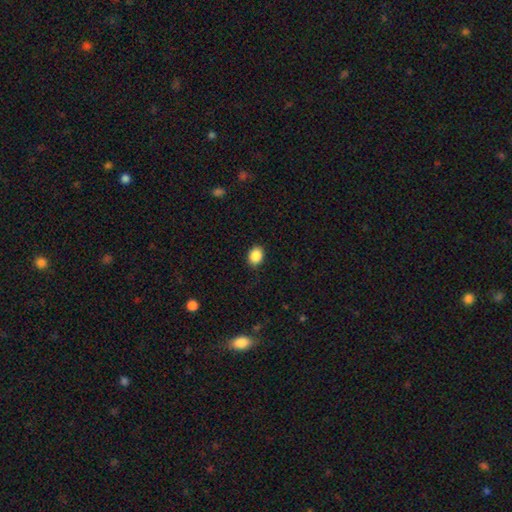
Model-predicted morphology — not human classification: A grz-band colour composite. It shows a smooth galaxy with no disk features (89%) that is in between round and cigar-shaped (60%). Merging: none (87%).